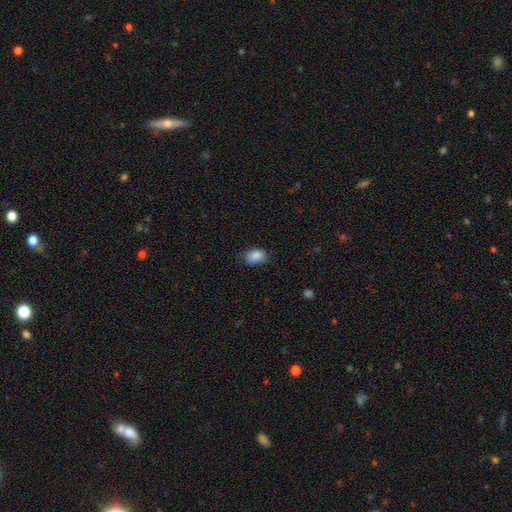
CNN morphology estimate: Smooth or featured? Predicted: smooth (p=0.88). How rounded? Predicted: in between (p=0.83). Merging? Predicted: none (p=0.78).